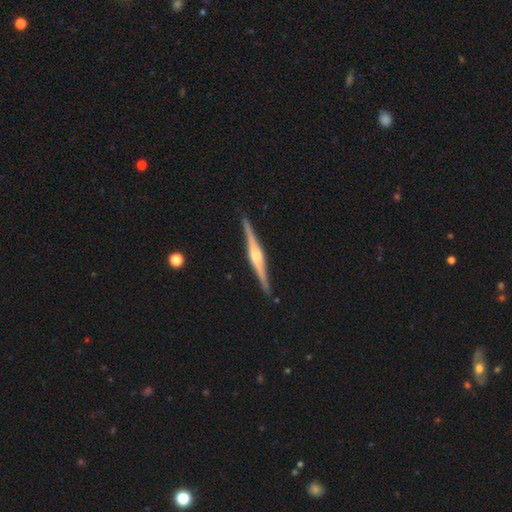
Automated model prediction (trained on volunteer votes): This appears to be a featured or disk galaxy (85%) viewed edge-on (99%) with a rounded central bulge (79%). Merging: none (92%).